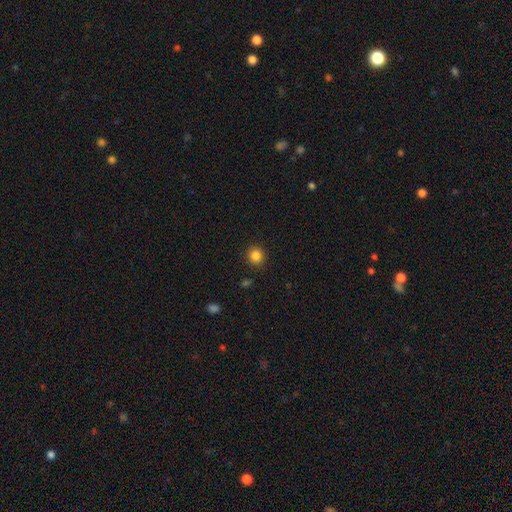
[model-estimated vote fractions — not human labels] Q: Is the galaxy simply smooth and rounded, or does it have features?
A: smooth — 85%.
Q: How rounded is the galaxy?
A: round — 88%.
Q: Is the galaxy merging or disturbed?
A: none — 91%.